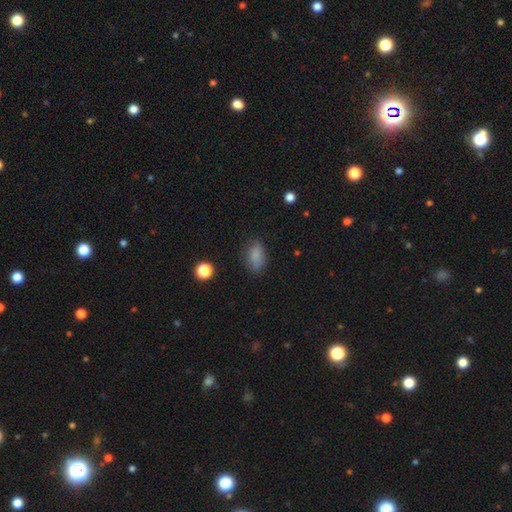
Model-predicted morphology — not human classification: Smooth or featured?
  - smooth: 84% *
  - star or artifact: 11%
  - featured or disk: 6%
How rounded?
  - in between: 86% *
  - round: 9%
  - cigar-shaped: 4%
Merging?
  - none: 74% *
  - minor disturbance: 19%
  - major disturbance: 5%
  - merger: 2%